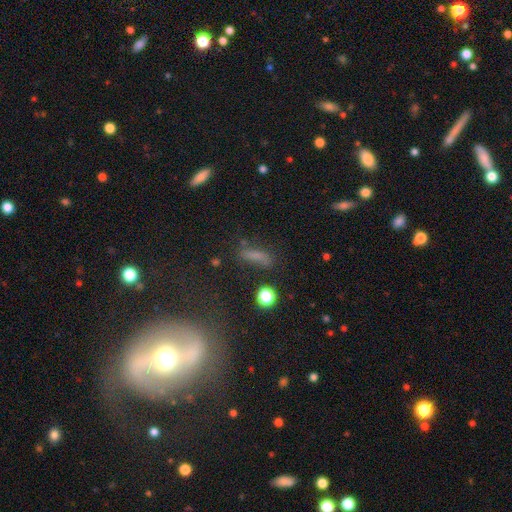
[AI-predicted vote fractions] Smooth or featured?
  - smooth: 60% *
  - star or artifact: 21%
  - featured or disk: 19%
How rounded?
  - cigar-shaped: 54% *
  - in between: 38%
  - round: 8%
Merging?
  - none: 63% *
  - minor disturbance: 20%
  - major disturbance: 11%
  - merger: 5%